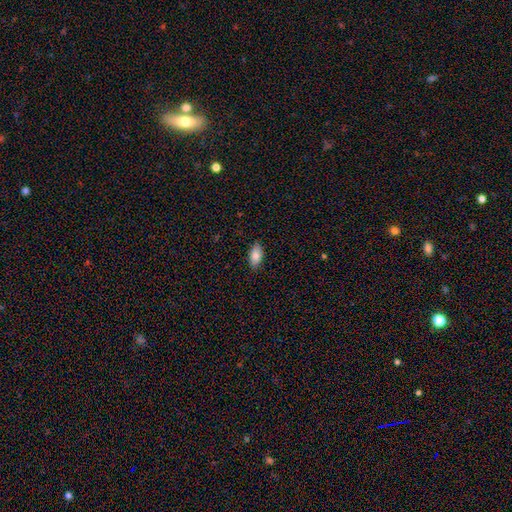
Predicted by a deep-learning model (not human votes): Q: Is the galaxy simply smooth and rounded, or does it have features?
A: smooth — 85%.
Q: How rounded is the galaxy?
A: in between — 91%.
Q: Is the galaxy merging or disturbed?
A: none — 87%.